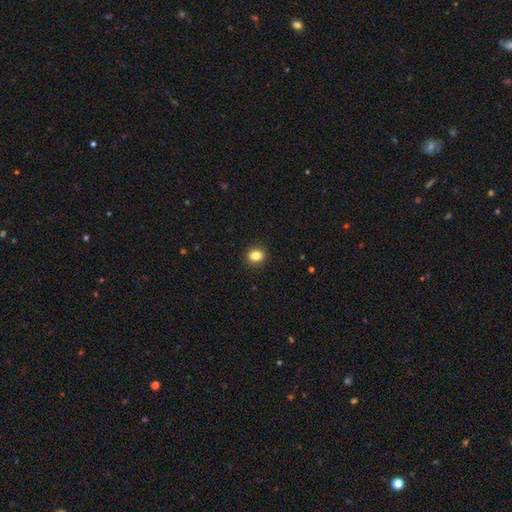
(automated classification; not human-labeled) Overall: smooth (84%). How rounded: round (66%; in between 33%). Merging: none (91%).